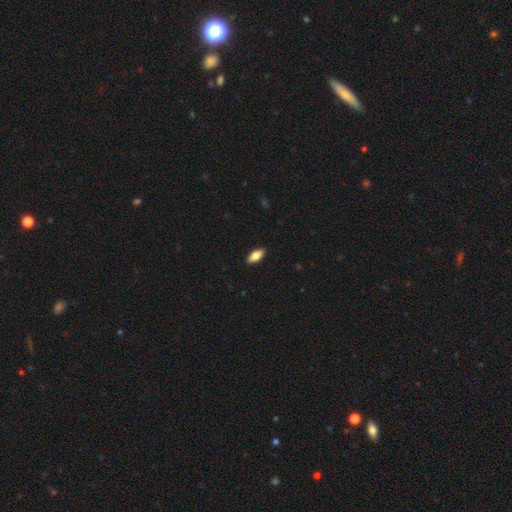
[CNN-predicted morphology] Smooth or featured?
  - smooth: 78% *
  - featured or disk: 15%
  - star or artifact: 6%
How rounded?
  - in between: 86% *
  - cigar-shaped: 12%
  - round: 3%
Merging?
  - none: 90% *
  - minor disturbance: 8%
  - major disturbance: 2%
  - merger: 1%